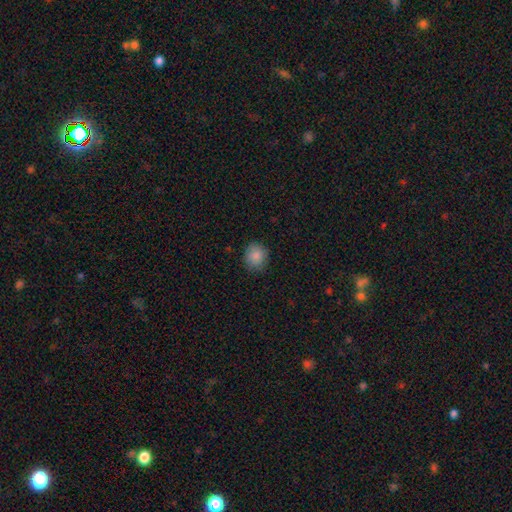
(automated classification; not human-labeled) Q: Smooth or featured?
A: smooth (87%); runner-up: star or artifact (9%)
Q: How rounded?
A: round (77%); runner-up: in between (22%)
Q: Merging?
A: none (86%); runner-up: minor disturbance (11%)